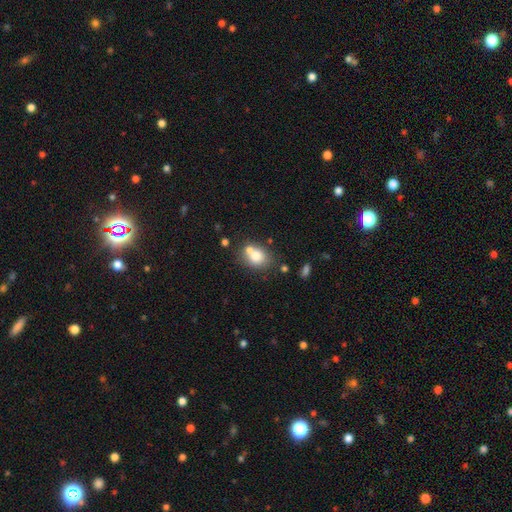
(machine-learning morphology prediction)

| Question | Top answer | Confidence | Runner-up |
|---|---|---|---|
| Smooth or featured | smooth | 73% | featured or disk (16%) |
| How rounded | round | 54% | in between (45%) |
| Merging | none | 51% | merger (32%) |